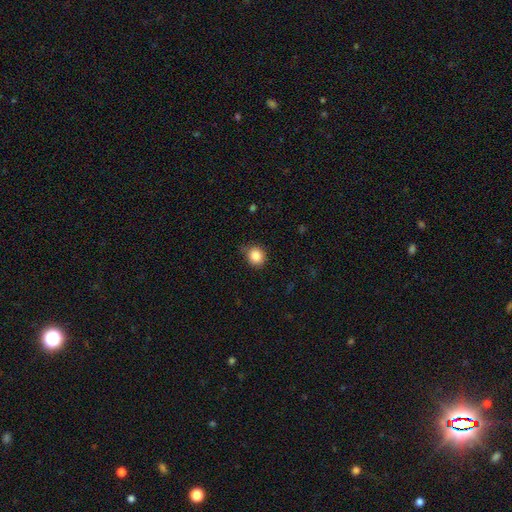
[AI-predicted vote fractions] smooth 85%, star or artifact 10%, featured or disk 5%. Down the decision tree: how rounded — round (79%); merging — none (73%).